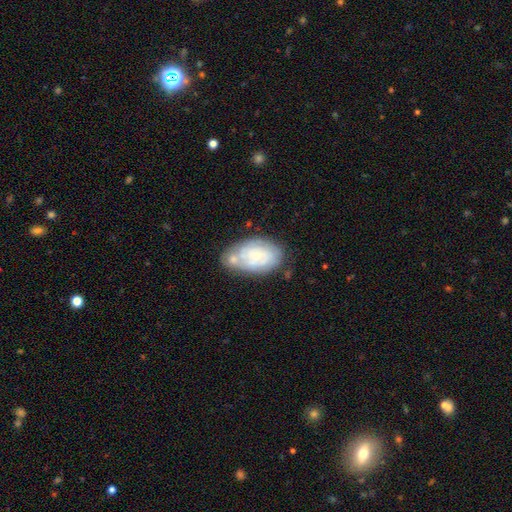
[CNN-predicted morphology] smooth-or-featured: featured or disk: 54% | smooth: 38% | star or artifact: 8%
  disk-edge-on: no: 95% | yes: 5%
    bar: no: 73% | weak: 23% | strong: 4%
    has-spiral-arms: yes: 69% | no: 31%
    bulge-size: small: 66% | moderate: 22% | none: 8% | large: 2% | dominant: 1%
  merging: none: 53% | minor disturbance: 23% | merger: 16% | major disturbance: 8%